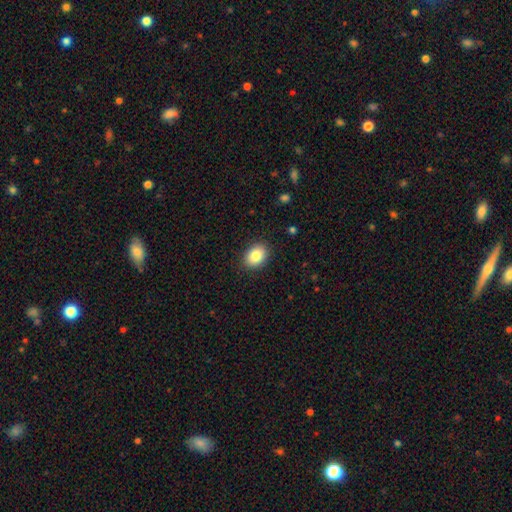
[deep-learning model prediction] Smooth or featured? Predicted: smooth (p=0.86). How rounded? Predicted: in between (p=0.72). Merging? Predicted: none (p=0.88).